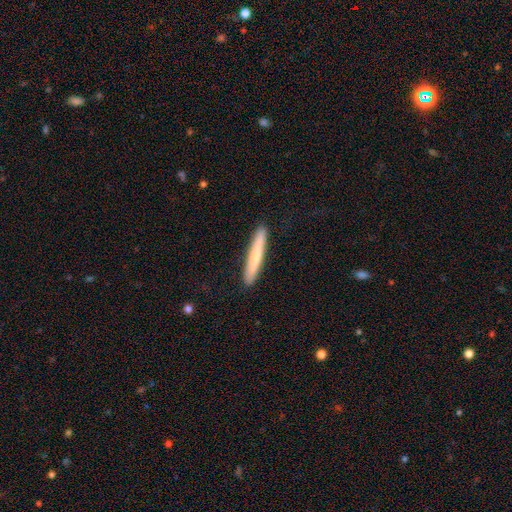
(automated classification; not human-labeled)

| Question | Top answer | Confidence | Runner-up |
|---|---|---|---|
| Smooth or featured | smooth | 67% | featured or disk (27%) |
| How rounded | cigar-shaped | 95% | in between (4%) |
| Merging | none | 91% | minor disturbance (7%) |